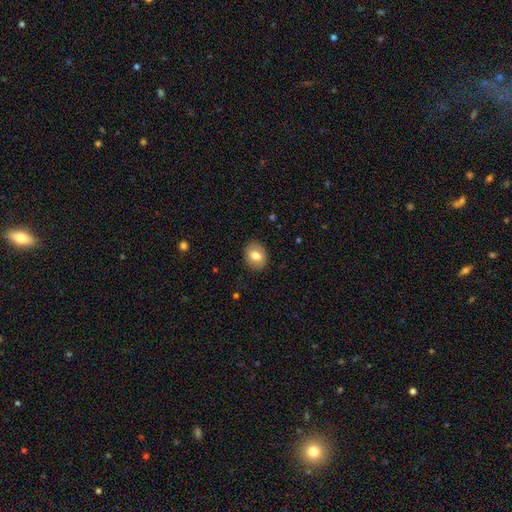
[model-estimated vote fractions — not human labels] This is likely a smooth galaxy (78%). How rounded: possibly in between (57%). Merging: clearly none (88%).